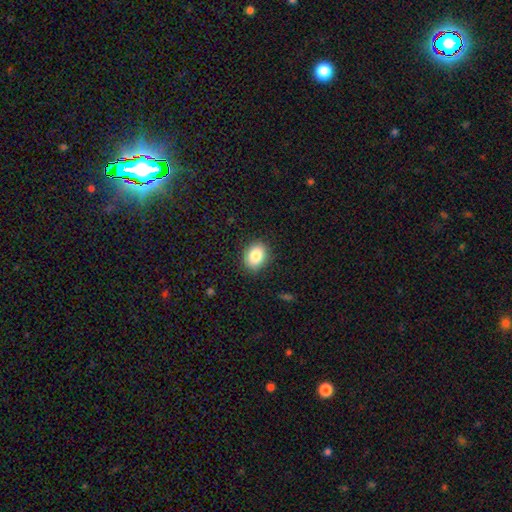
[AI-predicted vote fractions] smooth_or_featured: smooth (p=0.85) [alt: star or artifact p=0.08]
how_rounded: in between (p=0.61) [alt: round p=0.38]
merging: none (p=0.87) [alt: minor disturbance p=0.09]